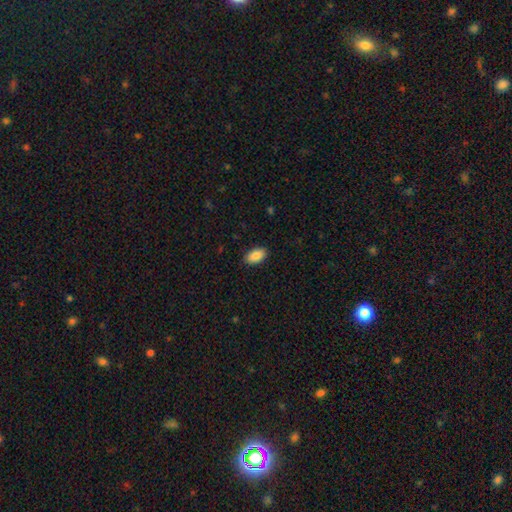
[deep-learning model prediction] A smooth galaxy with no disk features (89%) that is in between round and cigar-shaped (94%).

Vote fractions:
- Smooth or featured? smooth: 89% / star or artifact: 7% / featured or disk: 5%
- How rounded? in between: 94% / round: 4% / cigar-shaped: 2%
- Merging? none: 89% / minor disturbance: 8% / major disturbance: 2% / merger: 1%